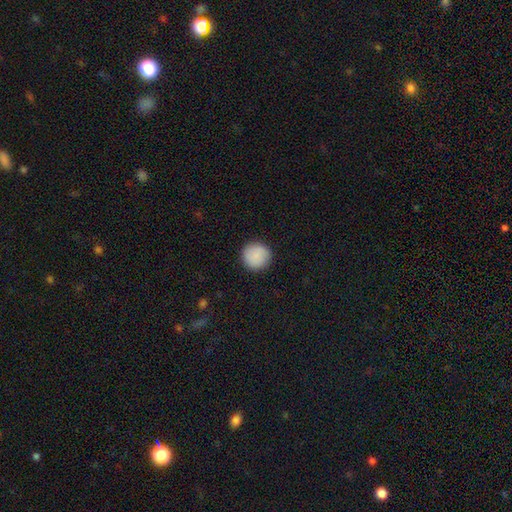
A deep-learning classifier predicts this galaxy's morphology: smooth_or_featured: smooth (p=0.89) [alt: star or artifact p=0.07]
how_rounded: round (p=0.95) [alt: in between p=0.04]
merging: none (p=0.91) [alt: minor disturbance p=0.06]